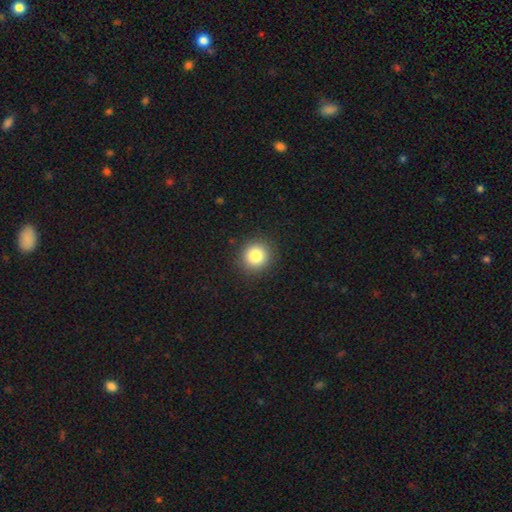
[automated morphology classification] A smooth galaxy with no disk features (83%) that is round (90%).

Vote fractions:
- Smooth or featured? smooth: 83% / star or artifact: 10% / featured or disk: 6%
- How rounded? round: 90% / in between: 9% / cigar-shaped: 1%
- Merging? none: 91% / minor disturbance: 6% / major disturbance: 2% / merger: 1%